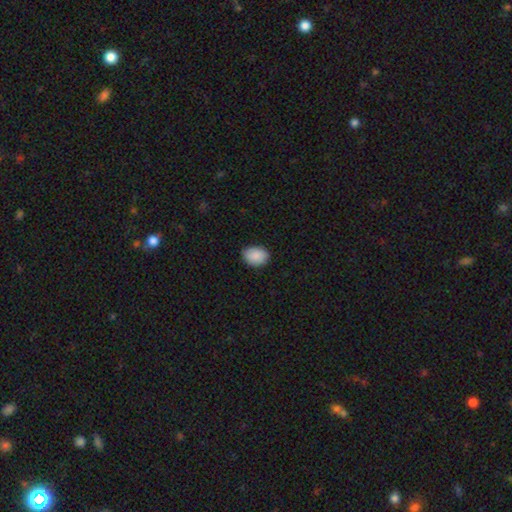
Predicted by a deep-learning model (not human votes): smooth 90%, star or artifact 7%, featured or disk 3%. Down the decision tree: how rounded — in between (74%); merging — none (86%).